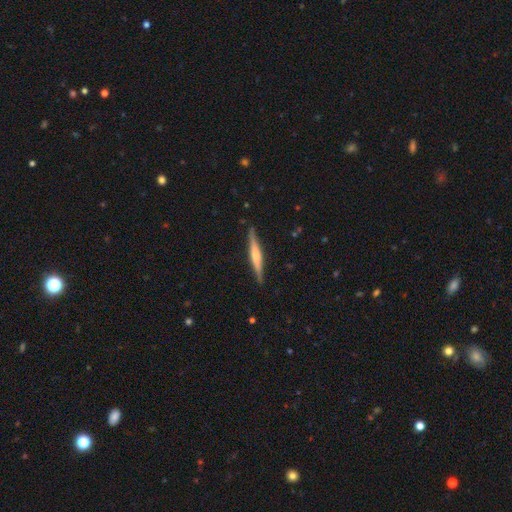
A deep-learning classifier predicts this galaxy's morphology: Overall: featured or disk (55%; smooth 40%). Edge-on disk: yes (97%). Edge-on bulge: rounded (43%; none 30%). Merging: none (88%).